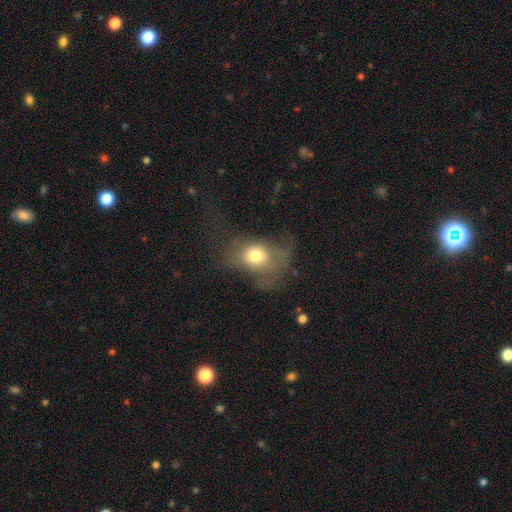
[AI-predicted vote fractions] A smooth galaxy with no disk features (66%) that is round (50%).

Vote fractions:
- Smooth or featured? smooth: 66% / featured or disk: 22% / star or artifact: 12%
- How rounded? round: 50% / in between: 49% / cigar-shaped: 1%
- Merging? major disturbance: 47% / none: 29% / minor disturbance: 22% / merger: 3%